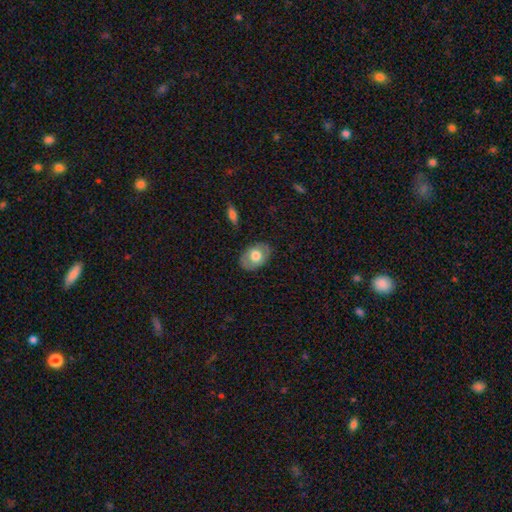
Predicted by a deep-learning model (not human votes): A smooth galaxy with no disk features (67%) that is in between round and cigar-shaped (82%). Merging: none (83%).